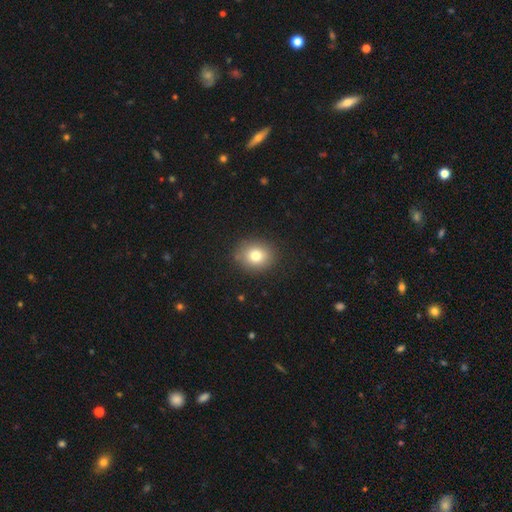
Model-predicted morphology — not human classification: type=smooth (80%); roundness=round (64%); merging=none (87%).